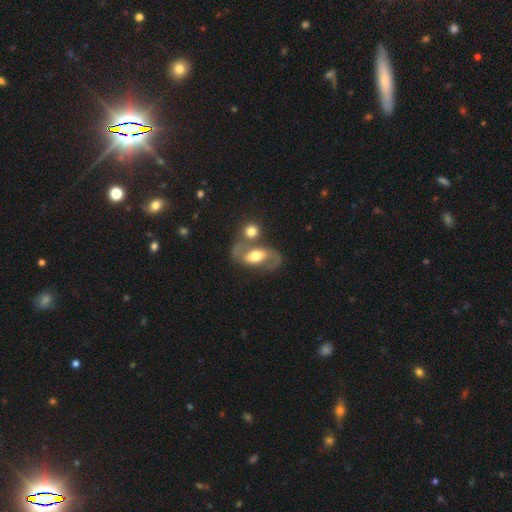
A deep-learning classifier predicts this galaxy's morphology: A featured or disk galaxy (62%) with no bar (41%), spiral arms (69%) and a moderate central bulge (61%). Merging: none (45%).